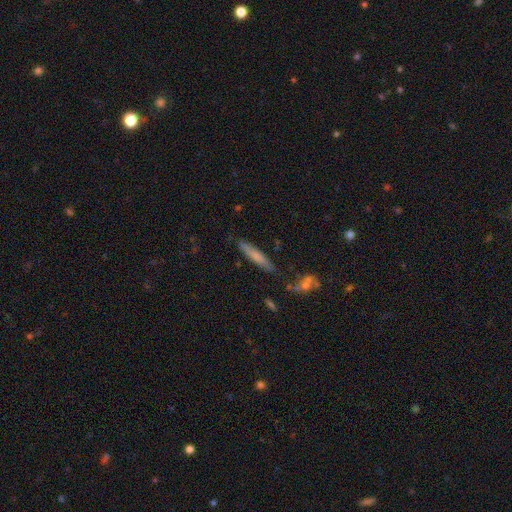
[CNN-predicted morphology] Smooth or featured: smooth — 69% (featured or disk — 24%)
How rounded: cigar-shaped — 90% (in between — 8%)
Merging: none — 80% (minor disturbance — 13%)